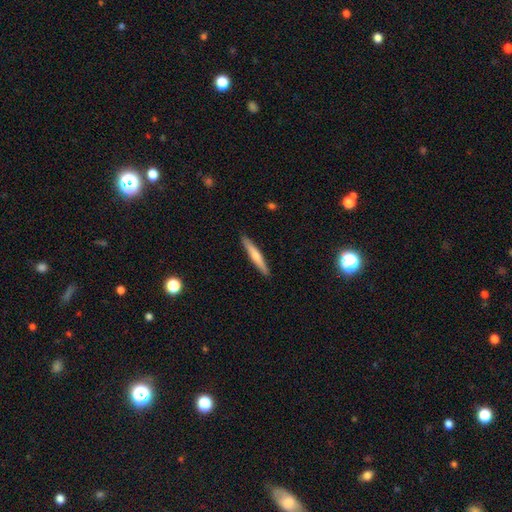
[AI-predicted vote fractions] Overall: smooth (57%; featured or disk 38%). How rounded: cigar-shaped (94%). Merging: none (91%).